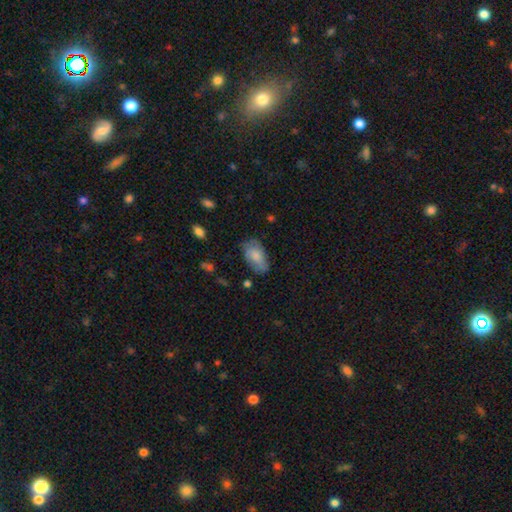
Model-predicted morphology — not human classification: A smooth galaxy with no disk features (76%) that is in between round and cigar-shaped (93%). Merging: none (64%).